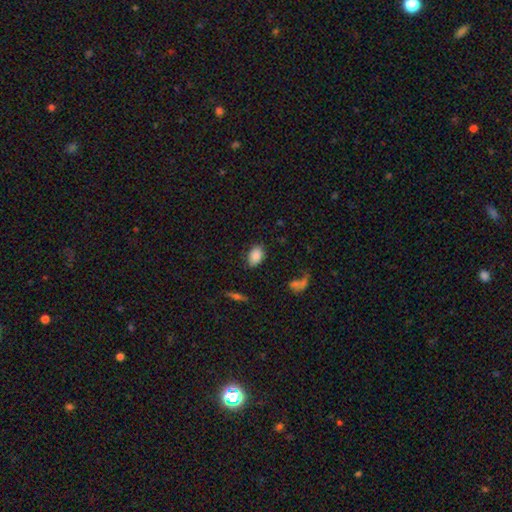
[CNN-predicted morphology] Smooth or featured?
  - smooth: 86% *
  - star or artifact: 8%
  - featured or disk: 6%
How rounded?
  - in between: 85% *
  - round: 14%
  - cigar-shaped: 2%
Merging?
  - none: 77% *
  - minor disturbance: 16%
  - major disturbance: 4%
  - merger: 2%